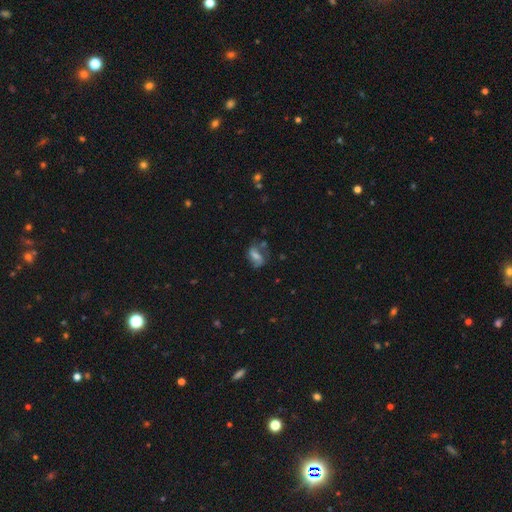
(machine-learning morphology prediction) smooth_or_featured: smooth (p=0.45) [alt: featured or disk p=0.44]
merging: none (p=0.49) [alt: minor disturbance p=0.26]